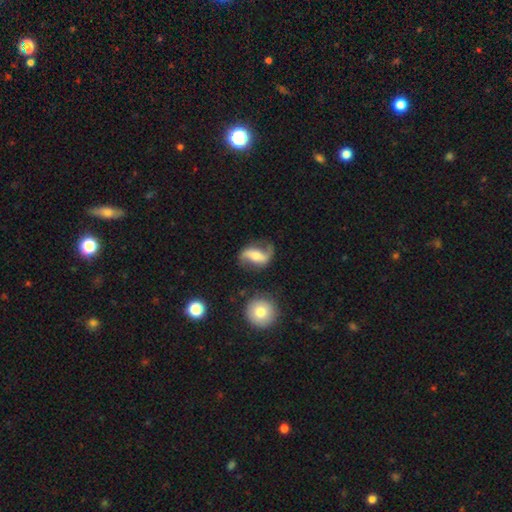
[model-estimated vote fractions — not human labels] Morphology: type=featured or disk (78%); edge-on=no (95%); bar=strong (42%); spiral arms=yes (93%); winding=loose (75%); arm count=2 (89%); bulge=moderate (50%); merging=none (67%).